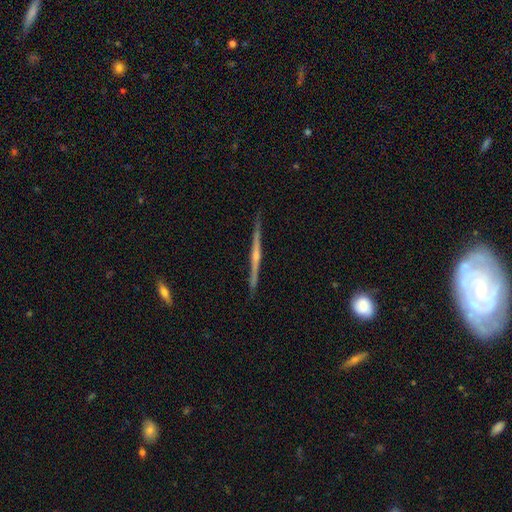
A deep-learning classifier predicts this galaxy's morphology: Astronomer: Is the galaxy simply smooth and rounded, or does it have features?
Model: featured or disk — 81%.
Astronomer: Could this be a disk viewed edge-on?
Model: yes — 98%.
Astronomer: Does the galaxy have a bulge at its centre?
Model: rounded — 71%.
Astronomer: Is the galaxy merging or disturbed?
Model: none — 89%.